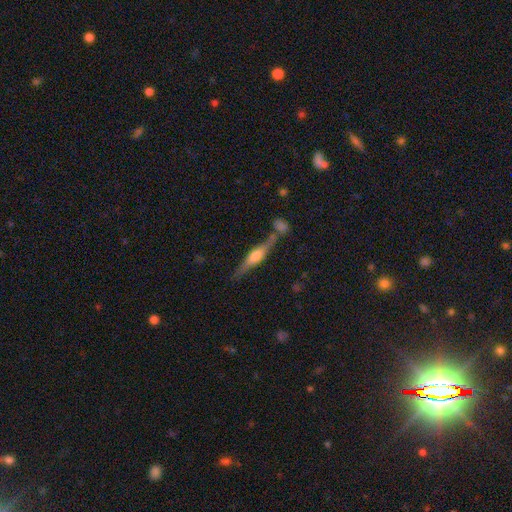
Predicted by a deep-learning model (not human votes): Q: Smooth or featured?
A: featured or disk (66%); runner-up: smooth (28%)
Q: Edge-on disk?
A: yes (95%); runner-up: no (5%)
Q: Edge-on bulge?
A: rounded (82%); runner-up: boxy (13%)
Q: Merging?
A: none (70%); runner-up: minor disturbance (13%)